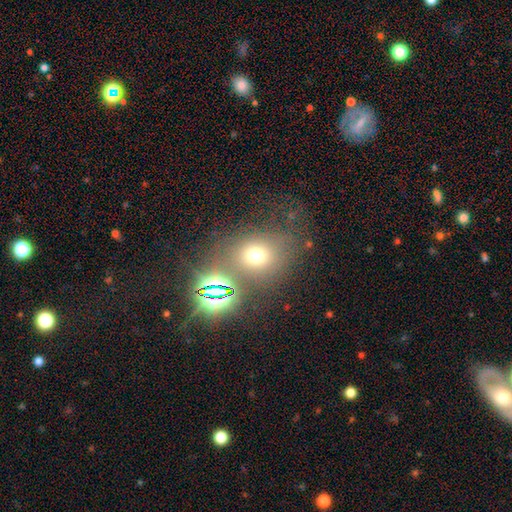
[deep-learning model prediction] Smooth or featured?
  - smooth: 60% *
  - star or artifact: 27%
  - featured or disk: 13%
How rounded?
  - round: 66% *
  - in between: 33%
  - cigar-shaped: 1%
Merging?
  - none: 63% *
  - merger: 14%
  - minor disturbance: 14%
  - major disturbance: 9%